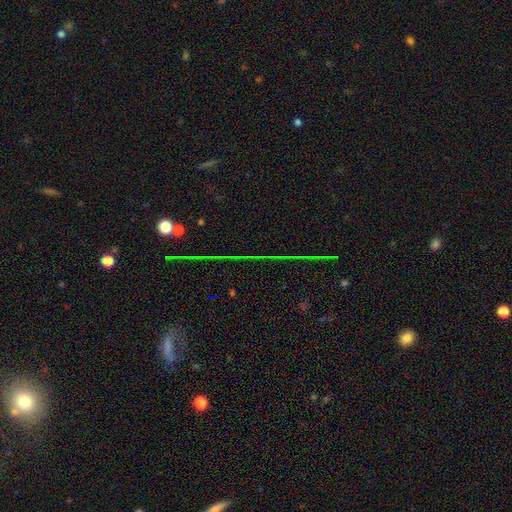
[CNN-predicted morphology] type=star or artifact (76%).